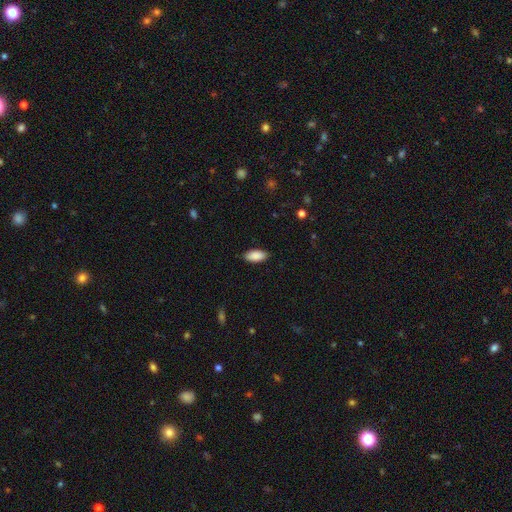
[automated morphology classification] smooth-or-featured: smooth: 90% | star or artifact: 6% | featured or disk: 4%
  how-rounded: in between: 91% | cigar-shaped: 7% | round: 2%
  merging: none: 87% | minor disturbance: 10% | major disturbance: 2% | merger: 1%